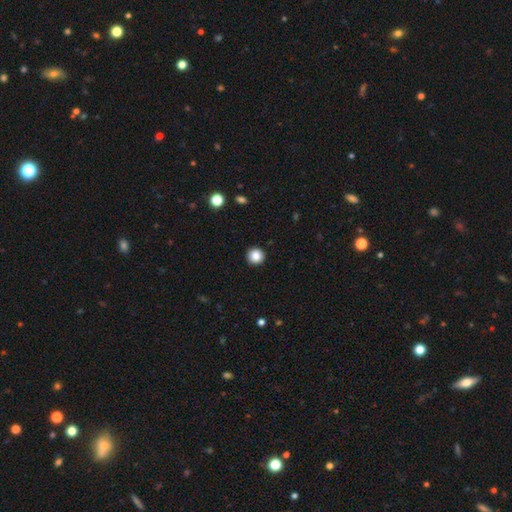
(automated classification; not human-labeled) A smooth galaxy with no disk features (85%) that is round (95%).

Vote fractions:
- Smooth or featured? smooth: 85% / star or artifact: 11% / featured or disk: 5%
- How rounded? round: 95% / in between: 4% / cigar-shaped: 1%
- Merging? none: 93% / minor disturbance: 5% / major disturbance: 2% / merger: 1%